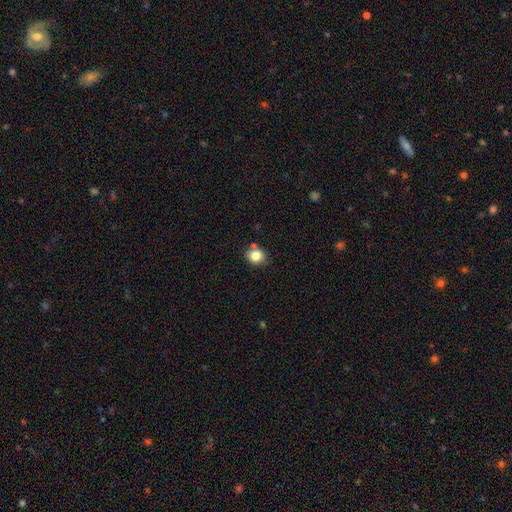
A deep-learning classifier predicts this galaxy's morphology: Q: Smooth or featured?
A: smooth (83%); runner-up: star or artifact (11%)
Q: How rounded?
A: round (78%); runner-up: in between (21%)
Q: Merging?
A: none (73%); runner-up: minor disturbance (13%)